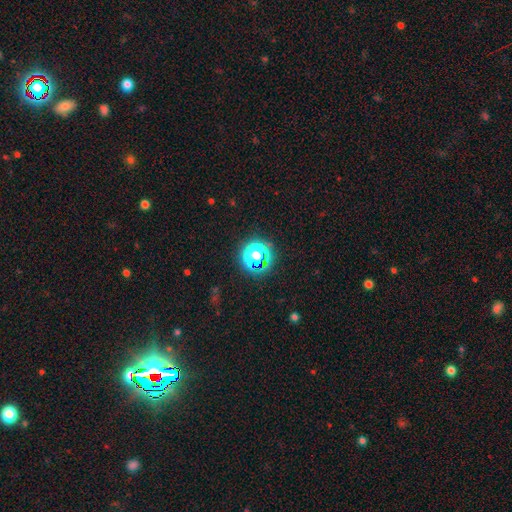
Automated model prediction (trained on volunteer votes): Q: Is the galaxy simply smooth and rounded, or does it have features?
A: smooth — 48%.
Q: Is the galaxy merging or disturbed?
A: none — 76%.